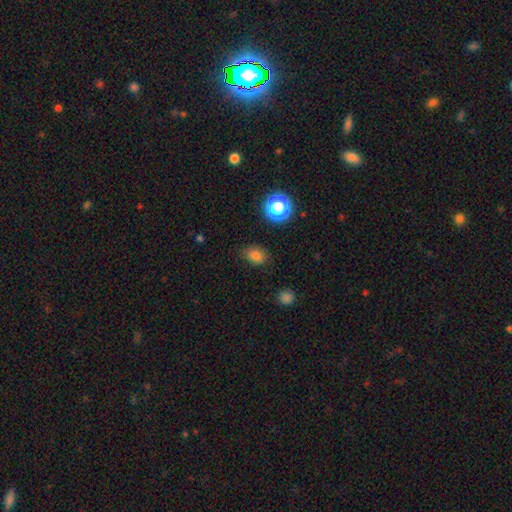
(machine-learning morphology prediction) A smooth galaxy with no disk features (78%) that is in between round and cigar-shaped (66%).

Vote fractions:
- Smooth or featured? smooth: 78% / star or artifact: 16% / featured or disk: 6%
- How rounded? in between: 66% / round: 32% / cigar-shaped: 1%
- Merging? none: 82% / minor disturbance: 13% / major disturbance: 3% / merger: 2%